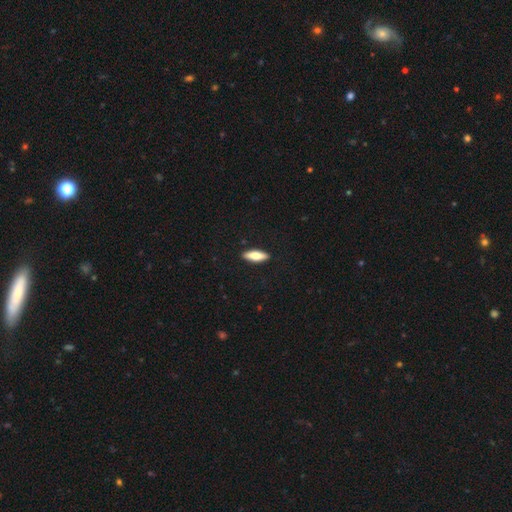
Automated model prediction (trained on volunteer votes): A smooth galaxy with no disk features (70%) that is in between round and cigar-shaped (51%).

Vote fractions:
- Smooth or featured? smooth: 70% / featured or disk: 25% / star or artifact: 5%
- How rounded? in between: 51% / cigar-shaped: 46% / round: 2%
- Merging? none: 90% / minor disturbance: 7% / major disturbance: 2% / merger: 1%